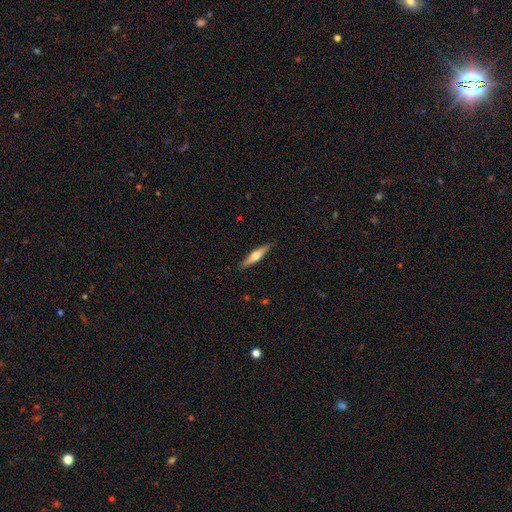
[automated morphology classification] smooth_or_featured: featured or disk (p=0.50) [alt: smooth p=0.45]
merging: none (p=0.90) [alt: minor disturbance p=0.08]